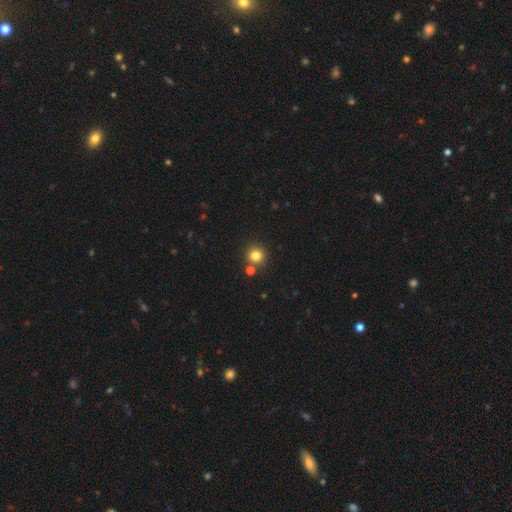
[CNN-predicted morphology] smooth-or-featured: smooth: 80% | star or artifact: 14% | featured or disk: 6%
  how-rounded: round: 93% | in between: 6% | cigar-shaped: 1%
  merging: none: 80% | merger: 11% | minor disturbance: 7% | major disturbance: 2%